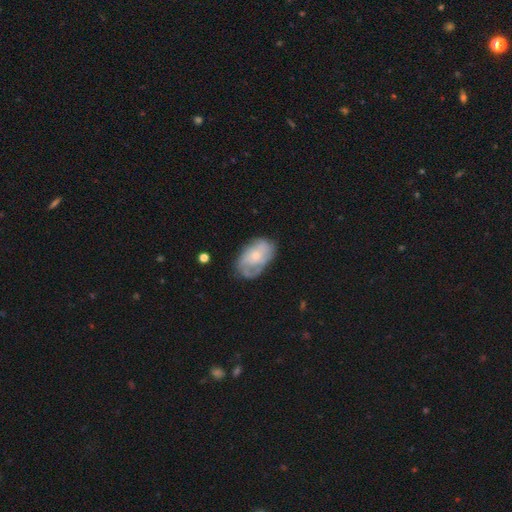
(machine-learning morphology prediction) Smooth or featured? Predicted: featured or disk (p=0.58). Edge-on disk? Predicted: no (p=0.96). Bar? Predicted: no (p=0.79). Spiral arms? Predicted: yes (p=0.69). Bulge size? Predicted: small (p=0.52). Merging? Predicted: none (p=0.60).